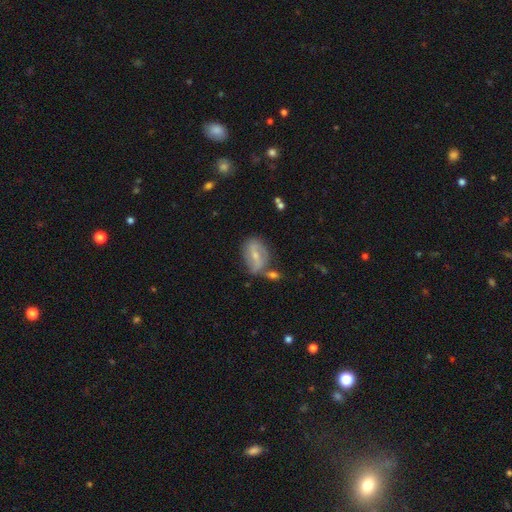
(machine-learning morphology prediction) A featured or disk galaxy (57%) with a weak bar (41%), spiral arms (62%) and a small central bulge (54%). Merging: none (53%).